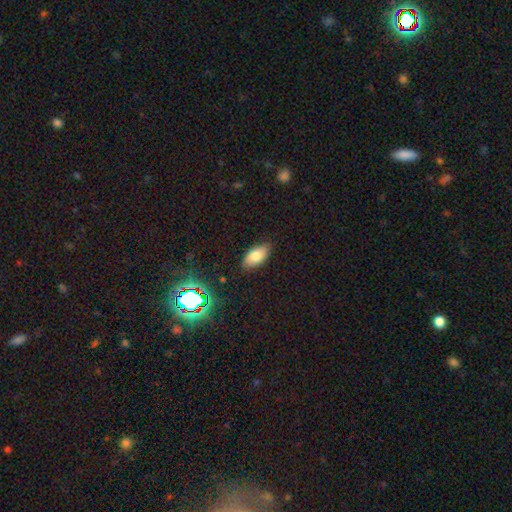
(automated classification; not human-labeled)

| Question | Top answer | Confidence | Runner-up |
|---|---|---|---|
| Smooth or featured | smooth | 79% | featured or disk (12%) |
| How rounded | in between | 92% | cigar-shaped (5%) |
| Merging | none | 83% | minor disturbance (13%) |